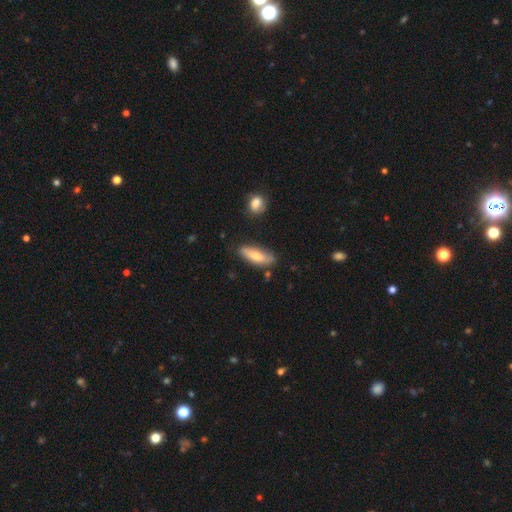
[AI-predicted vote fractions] A smooth galaxy with no disk features (66%) that is in between round and cigar-shaped (54%).

Vote fractions:
- Smooth or featured? smooth: 66% / featured or disk: 27% / star or artifact: 6%
- How rounded? in between: 54% / cigar-shaped: 43% / round: 2%
- Merging? none: 78% / minor disturbance: 16% / major disturbance: 3% / merger: 3%